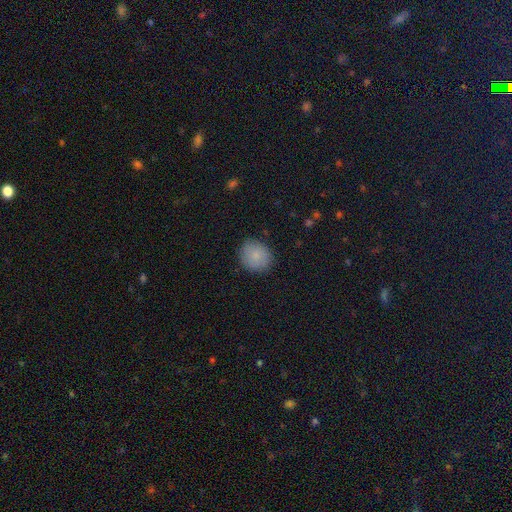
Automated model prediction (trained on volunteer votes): Overall: smooth (84%). How rounded: round (74%). Merging: none (84%).